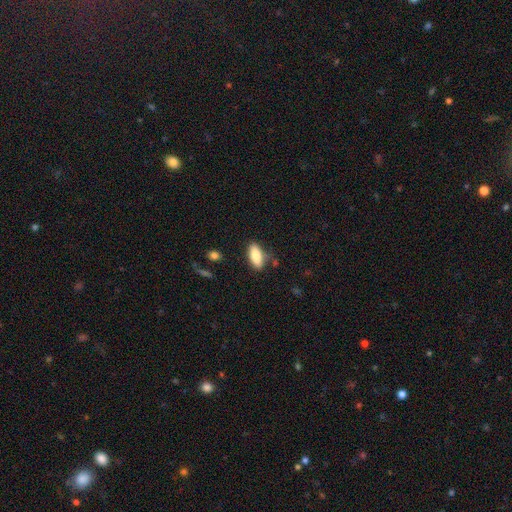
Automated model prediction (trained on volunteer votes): Morphology: type=smooth (82%); roundness=in between (83%); merging=none (77%).